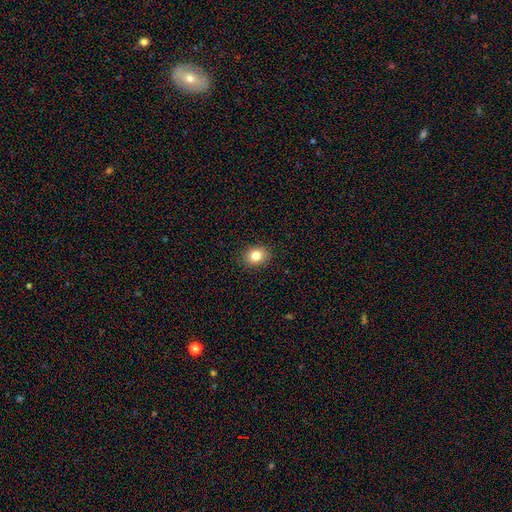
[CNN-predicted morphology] A smooth galaxy with no disk features (82%) that is round (53%). Merging: none (89%).